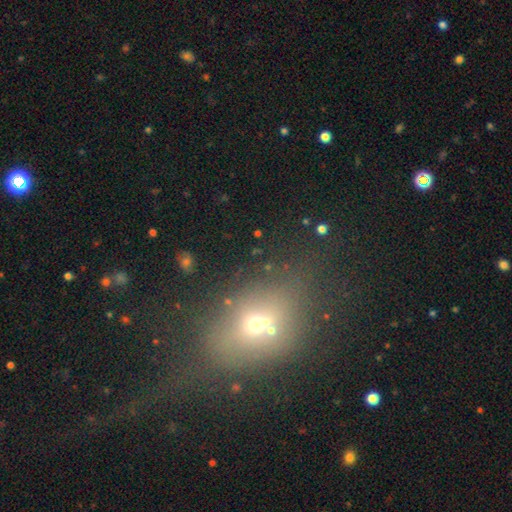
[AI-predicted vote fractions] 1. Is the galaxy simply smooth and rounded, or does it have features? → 48% smooth, 32% star or artifact, 20% featured or disk.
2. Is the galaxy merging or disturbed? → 50% none, 23% major disturbance, 19% minor disturbance, 9% merger.